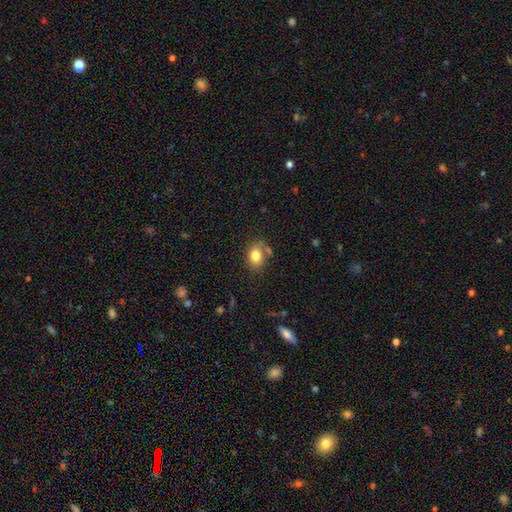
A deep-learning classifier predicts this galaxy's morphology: Smooth or featured: smooth — 80% (featured or disk — 10%)
How rounded: in between — 69% (round — 30%)
Merging: none — 70% (minor disturbance — 15%)